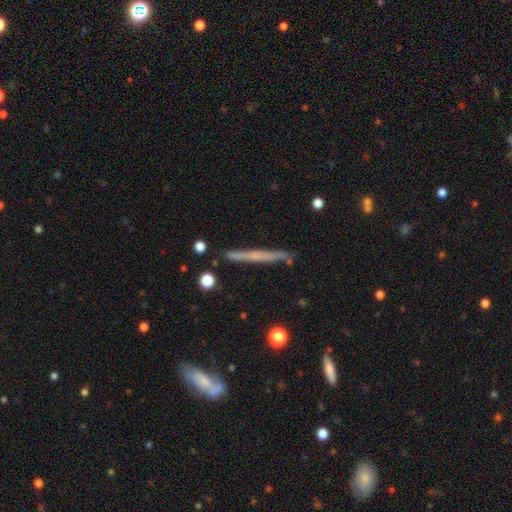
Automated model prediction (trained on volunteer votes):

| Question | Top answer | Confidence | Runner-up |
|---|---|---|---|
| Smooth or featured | featured or disk | 52% | smooth (40%) |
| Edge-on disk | yes | 96% | no (4%) |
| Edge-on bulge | none | 77% | rounded (17%) |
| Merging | none | 87% | minor disturbance (9%) |